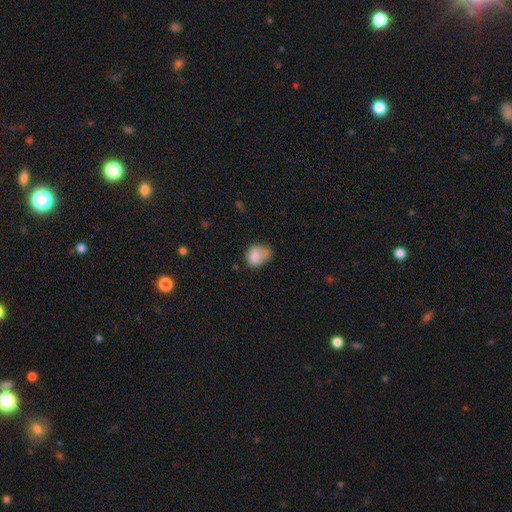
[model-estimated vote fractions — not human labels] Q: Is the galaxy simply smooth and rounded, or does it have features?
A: smooth — 81%.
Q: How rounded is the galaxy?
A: in between — 65%.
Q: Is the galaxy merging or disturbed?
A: none — 41%.